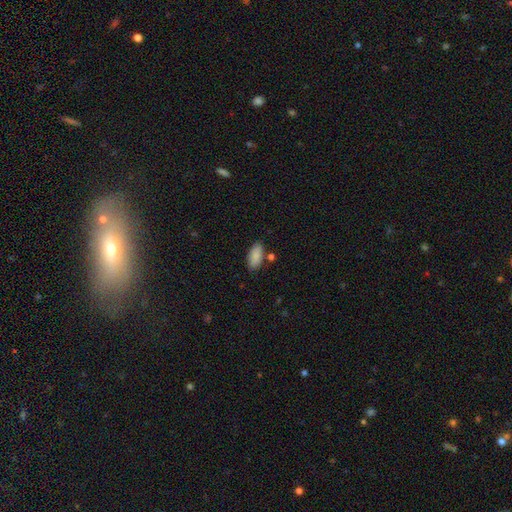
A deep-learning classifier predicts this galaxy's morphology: smooth-or-featured: smooth: 87% | star or artifact: 7% | featured or disk: 6%
  how-rounded: in between: 89% | cigar-shaped: 8% | round: 2%
  merging: none: 79% | minor disturbance: 13% | merger: 5% | major disturbance: 3%